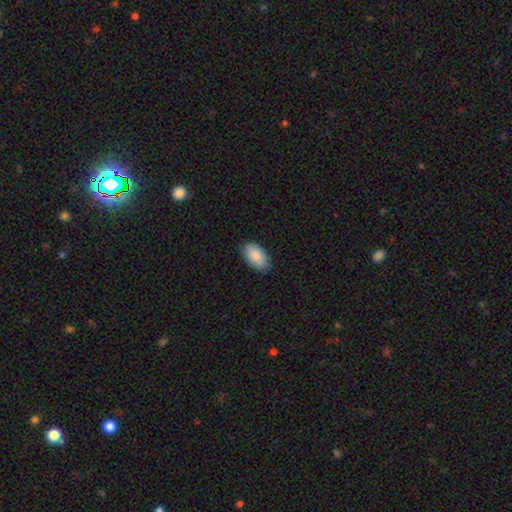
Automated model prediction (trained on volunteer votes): The model was most divided on "merging": none: 87%, minor disturbance: 10%, major disturbance: 2%, merger: 1%. More confident: how rounded — in between (95%); smooth or featured — smooth (88%).